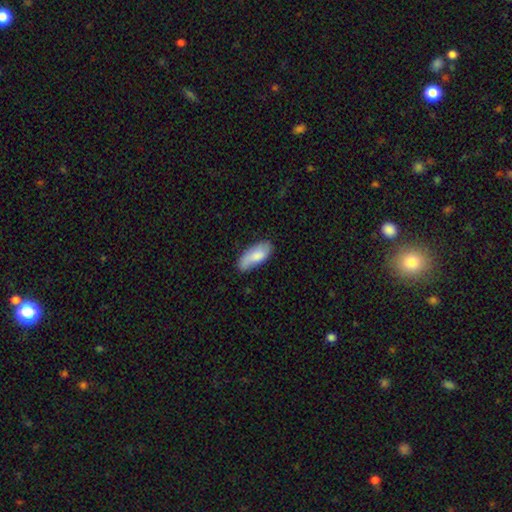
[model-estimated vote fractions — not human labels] Smooth or featured? Predicted: smooth (p=0.79). How rounded? Predicted: in between (p=0.85). Merging? Predicted: none (p=0.67).